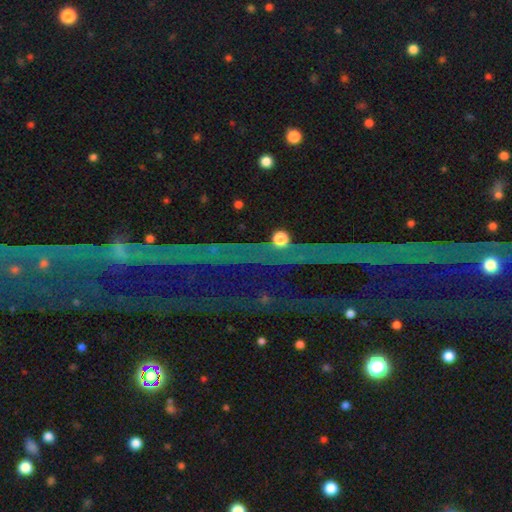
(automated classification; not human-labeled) This appears to be a star or artifact, not a galaxy (81%).